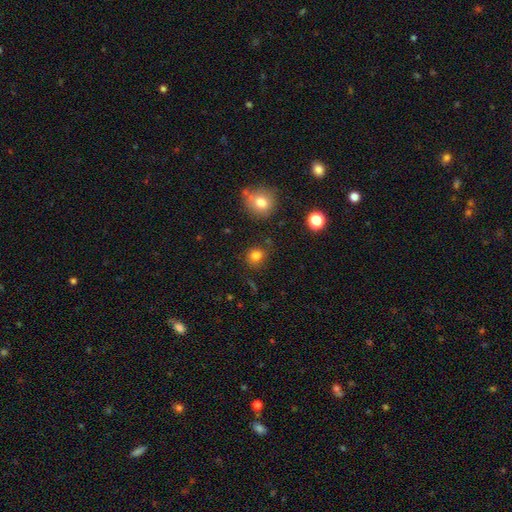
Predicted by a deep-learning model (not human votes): A smooth galaxy with no disk features (80%) that is round (80%).

Vote fractions:
- Smooth or featured? smooth: 80% / star or artifact: 14% / featured or disk: 6%
- How rounded? round: 80% / in between: 19% / cigar-shaped: 1%
- Merging? none: 79% / minor disturbance: 13% / major disturbance: 4% / merger: 4%